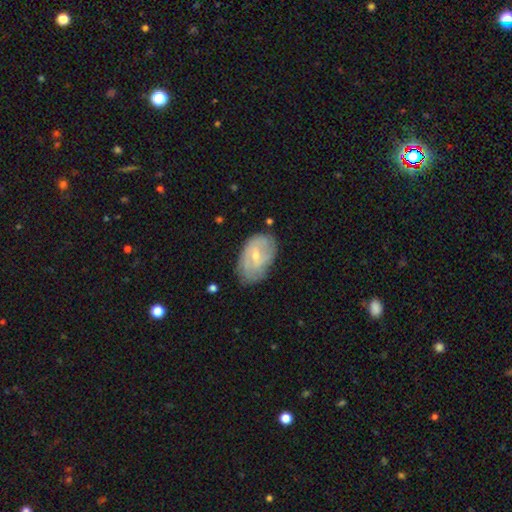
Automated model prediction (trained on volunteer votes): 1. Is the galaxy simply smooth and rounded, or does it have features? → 63% featured or disk, 31% smooth, 6% star or artifact.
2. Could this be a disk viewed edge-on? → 96% no, 4% yes.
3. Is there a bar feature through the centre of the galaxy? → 55% weak, 32% no, 13% strong.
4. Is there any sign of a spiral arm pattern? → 75% yes, 25% no.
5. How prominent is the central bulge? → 59% small, 37% moderate, 2% none, 1% large, 1% dominant.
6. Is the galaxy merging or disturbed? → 68% none, 24% minor disturbance, 6% major disturbance, 2% merger.